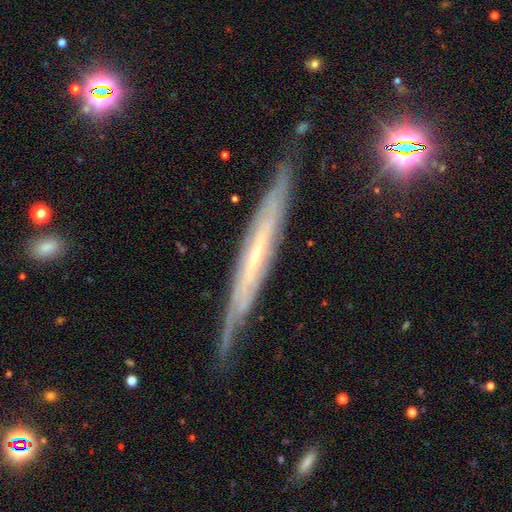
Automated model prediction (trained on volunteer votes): Morphology: type=featured or disk (74%); edge-on=yes (84%); edge-on bulge=none (71%); merging=none (78%).